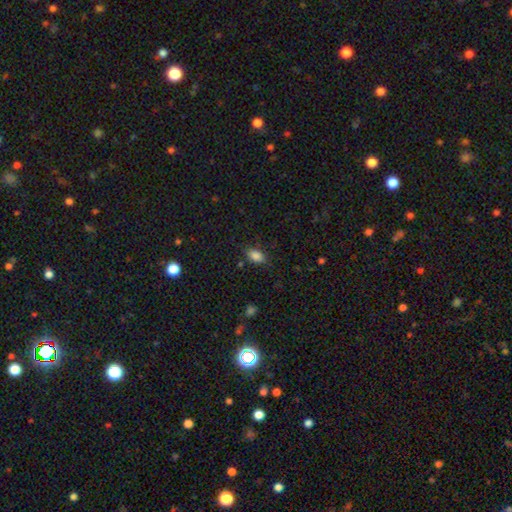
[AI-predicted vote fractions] Overall: smooth (85%). How rounded: in between (89%). Merging: none (79%).